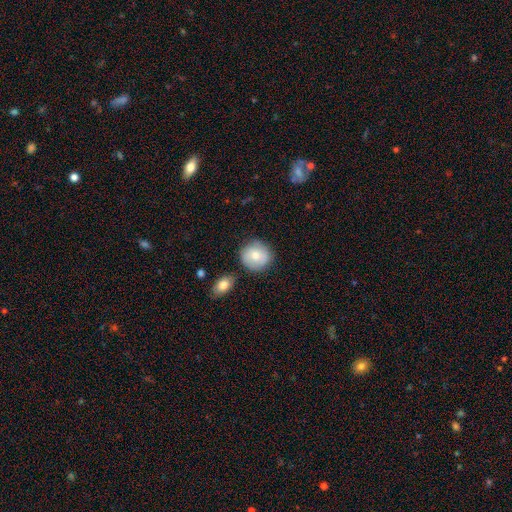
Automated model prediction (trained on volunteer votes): The model was most divided on "smooth or featured": smooth: 73%, featured or disk: 20%, star or artifact: 7%. More confident: how rounded — round (89%); merging — none (77%).